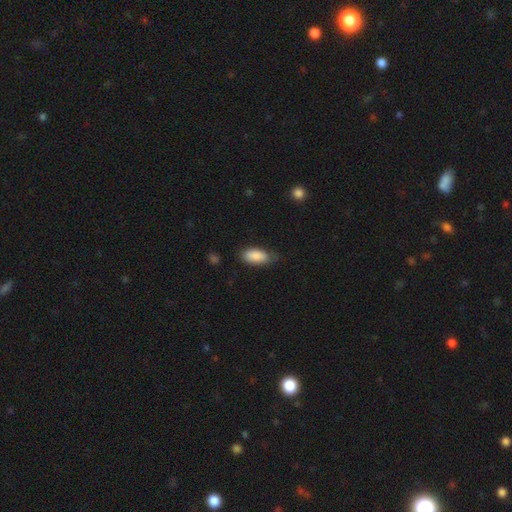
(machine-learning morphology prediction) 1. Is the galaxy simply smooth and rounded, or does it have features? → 88% smooth, 6% star or artifact, 6% featured or disk.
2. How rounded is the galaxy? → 90% in between, 8% cigar-shaped, 2% round.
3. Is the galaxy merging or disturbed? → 65% none, 29% minor disturbance, 5% major disturbance, 2% merger.